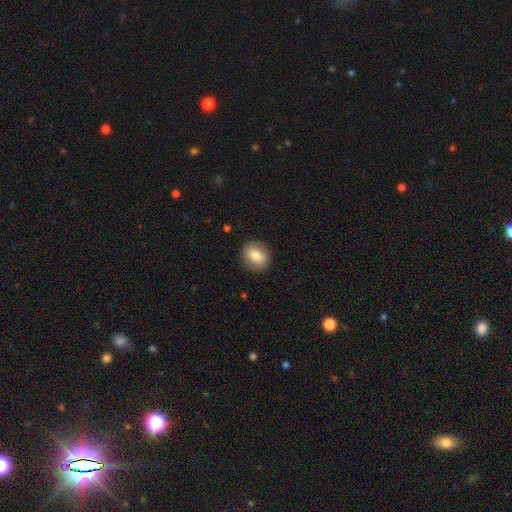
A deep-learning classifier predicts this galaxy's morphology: Smooth or featured? Predicted: smooth (p=0.79). How rounded? Predicted: round (p=0.76). Merging? Predicted: none (p=0.90).